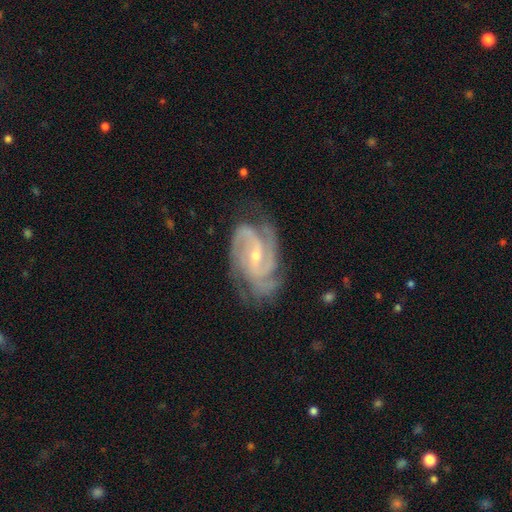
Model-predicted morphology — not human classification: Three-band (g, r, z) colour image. It shows a featured or disk galaxy (92%) with a weak bar (44%), 3 (40%) tight (47%) spiral arms (98%) and a small central bulge (66%). Merging: none (71%).